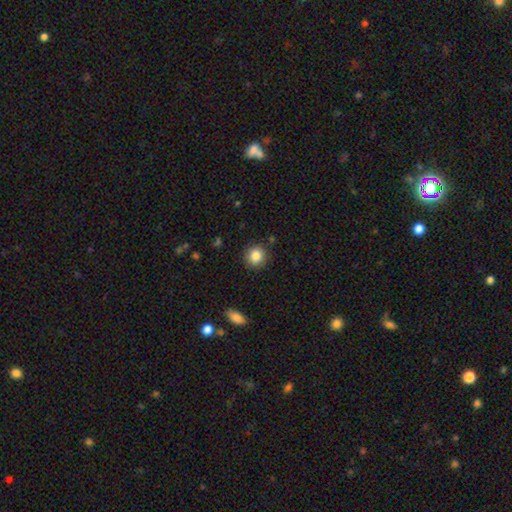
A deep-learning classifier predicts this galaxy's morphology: smooth-or-featured: smooth: 85% | star or artifact: 9% | featured or disk: 6%
  how-rounded: round: 89% | in between: 10% | cigar-shaped: 1%
  merging: none: 89% | minor disturbance: 7% | major disturbance: 2% | merger: 1%